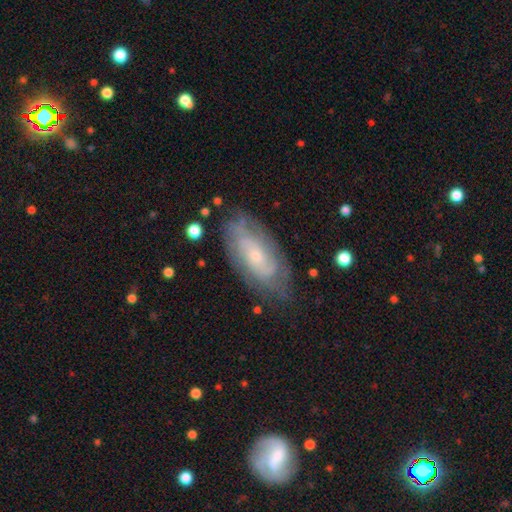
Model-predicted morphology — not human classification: Overall: featured or disk (70%). Edge-on disk: no (92%). Bar: no (73%). Spiral arms: yes (83%). Spiral arm count: can't tell (50%; 2 30%). Spiral winding: tight (59%; medium 31%). Bulge size: small (73%). Merging: none (71%).